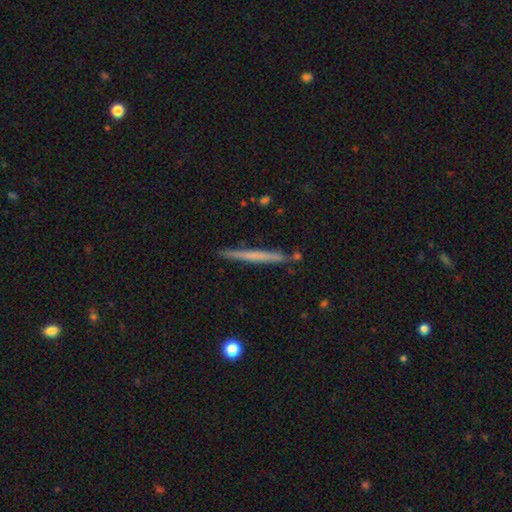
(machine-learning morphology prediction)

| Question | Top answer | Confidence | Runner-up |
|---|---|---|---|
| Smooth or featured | smooth | 51% | featured or disk (43%) |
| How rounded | cigar-shaped | 97% | in between (2%) |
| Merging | none | 88% | minor disturbance (8%) |